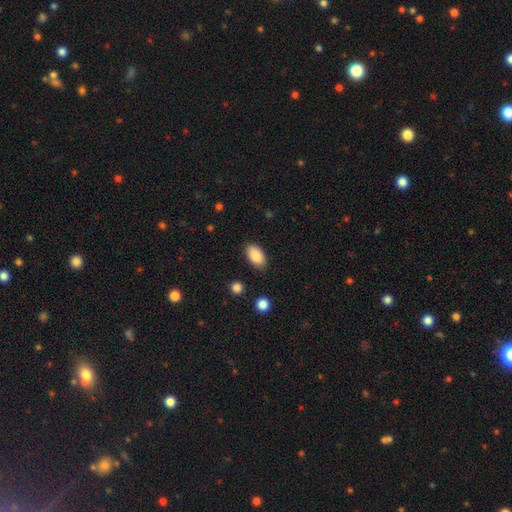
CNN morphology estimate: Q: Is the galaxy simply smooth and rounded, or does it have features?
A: smooth — 88%.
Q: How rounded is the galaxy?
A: in between — 94%.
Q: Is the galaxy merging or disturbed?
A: none — 86%.